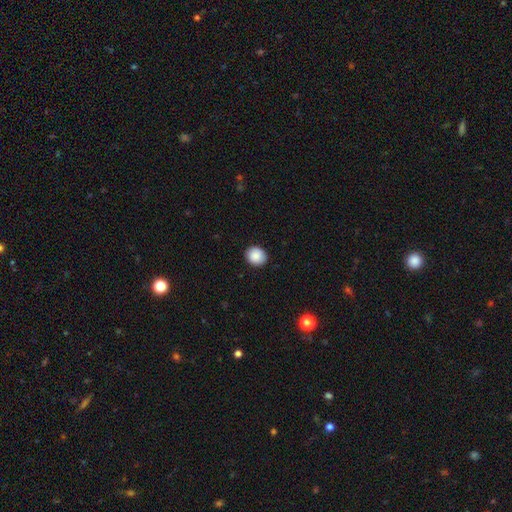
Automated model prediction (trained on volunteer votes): Smooth or featured? smooth (88%)
How rounded? round (77%)
Merging? none (90%)